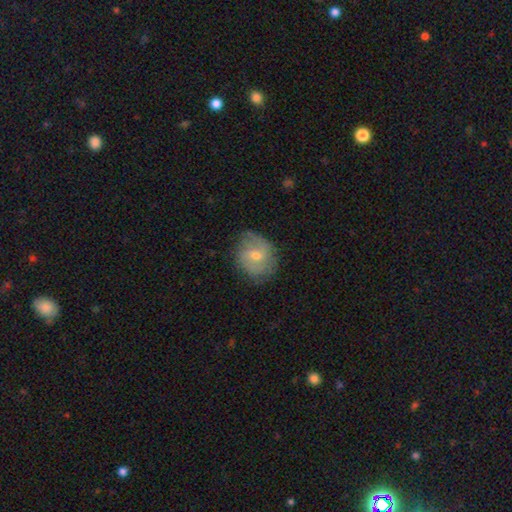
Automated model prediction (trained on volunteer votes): This appears to be a featured or disk galaxy (49%). Merging: none (68%).